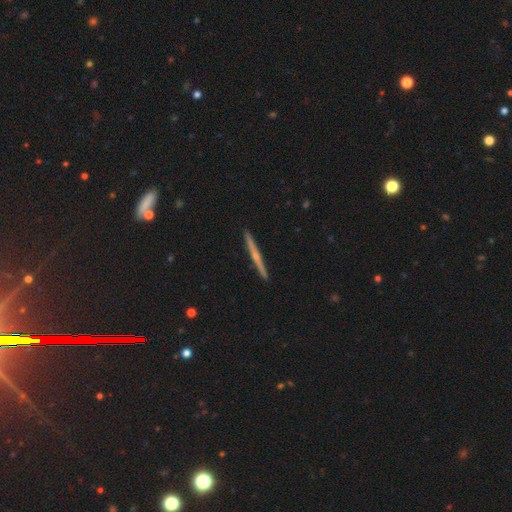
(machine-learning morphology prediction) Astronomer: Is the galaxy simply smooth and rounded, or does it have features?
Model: featured or disk — 66%.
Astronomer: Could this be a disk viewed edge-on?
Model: yes — 98%.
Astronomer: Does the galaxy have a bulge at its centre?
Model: rounded — 55% (runner-up: none, 40%).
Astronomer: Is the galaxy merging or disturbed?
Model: none — 93%.